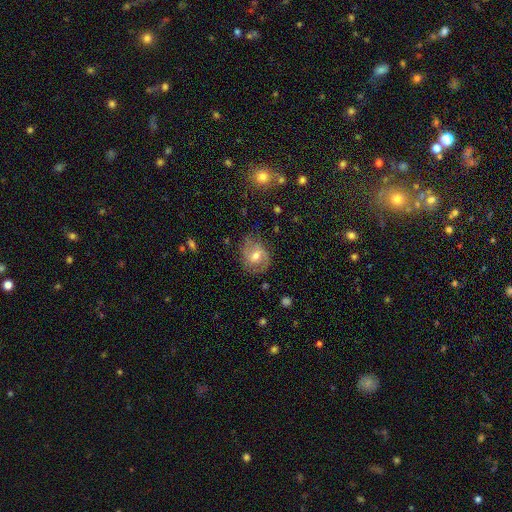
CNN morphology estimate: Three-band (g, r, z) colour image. It shows a featured or disk galaxy (55%) with a weak bar (44%), spiral arms (76%) and a moderate central bulge (68%). Merging: none (62%).